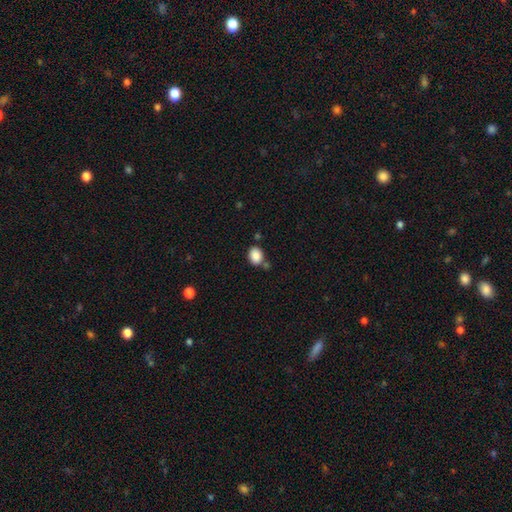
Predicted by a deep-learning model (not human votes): Smooth or featured? smooth (87%)
How rounded? in between (66%)
Merging? none (71%)